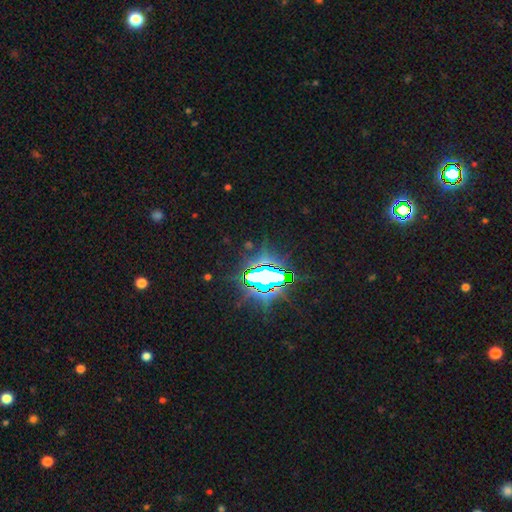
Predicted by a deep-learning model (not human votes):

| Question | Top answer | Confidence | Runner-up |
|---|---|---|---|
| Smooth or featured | star or artifact | 83% | smooth (10%) |